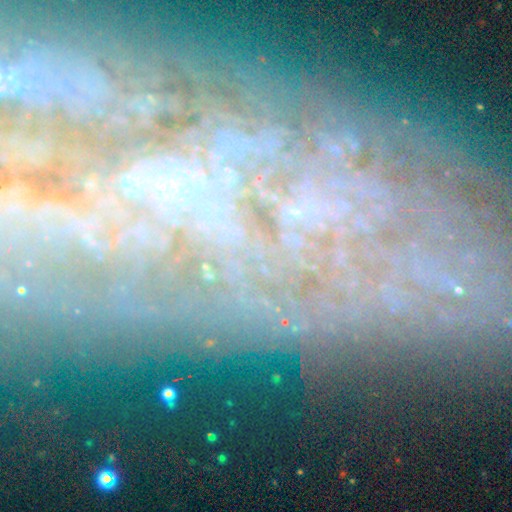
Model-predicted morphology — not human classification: This appears to be a featured or disk galaxy (48%). Merging: none (64%).